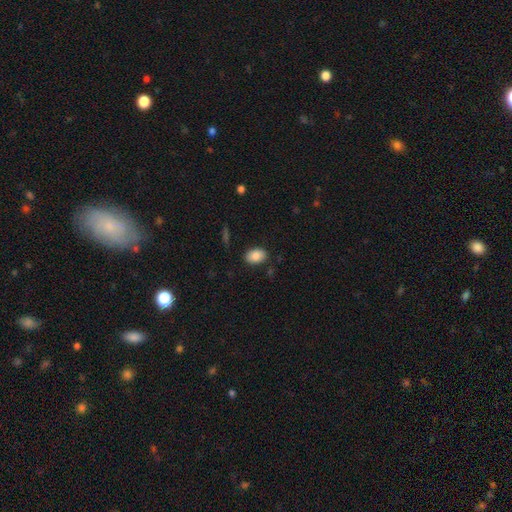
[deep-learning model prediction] Q: Smooth or featured?
A: smooth (87%); runner-up: star or artifact (7%)
Q: How rounded?
A: in between (86%); runner-up: round (12%)
Q: Merging?
A: none (86%); runner-up: minor disturbance (10%)